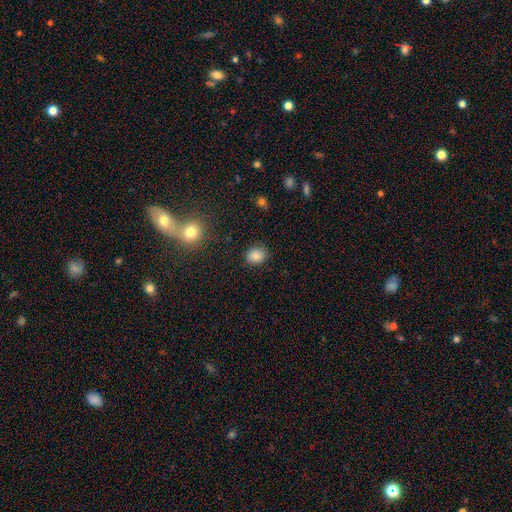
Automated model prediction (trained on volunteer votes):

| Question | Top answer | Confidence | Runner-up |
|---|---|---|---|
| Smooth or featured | smooth | 83% | star or artifact (11%) |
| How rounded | round | 59% | in between (40%) |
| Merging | none | 85% | minor disturbance (10%) |